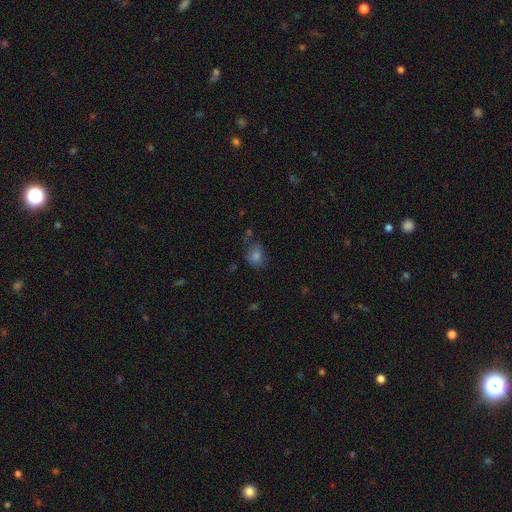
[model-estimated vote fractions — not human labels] This is likely a smooth galaxy (67%). How rounded: possibly in between (58%). Merging: possibly none (52%).